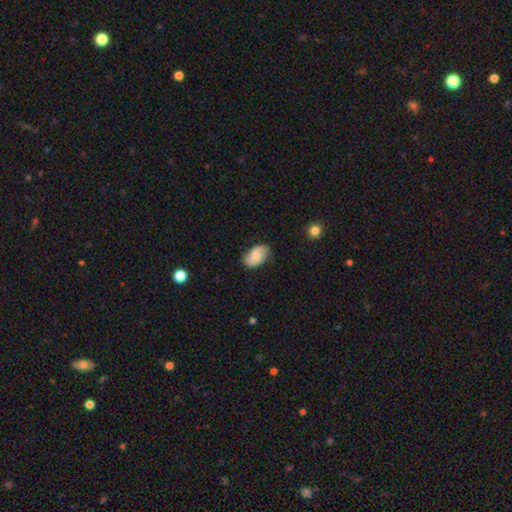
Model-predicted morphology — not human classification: Q: Smooth or featured?
A: smooth (60%); runner-up: featured or disk (33%)
Q: How rounded?
A: in between (91%); runner-up: round (8%)
Q: Merging?
A: none (75%); runner-up: minor disturbance (20%)